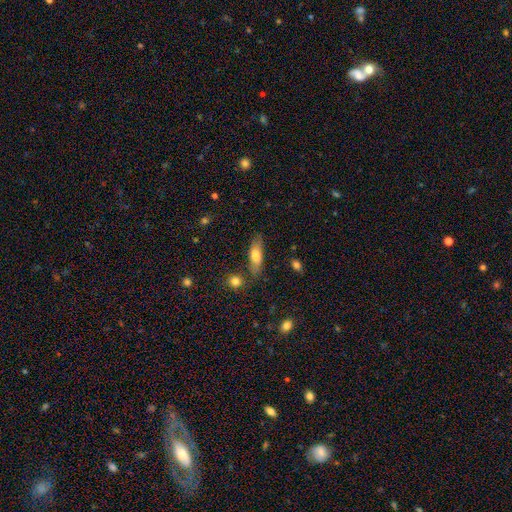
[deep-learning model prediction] Smooth or featured: smooth — 69% (featured or disk — 24%)
How rounded: in between — 58% (cigar-shaped — 39%)
Merging: none — 75% (minor disturbance — 16%)